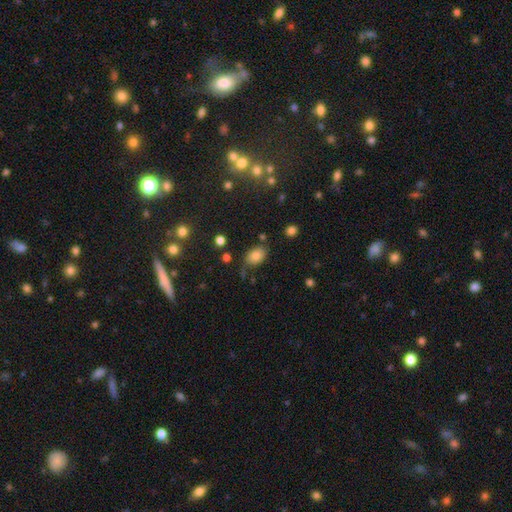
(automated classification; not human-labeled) smooth 81%, star or artifact 11%, featured or disk 9%. Down the decision tree: how rounded — in between (81%); merging — none (73%).